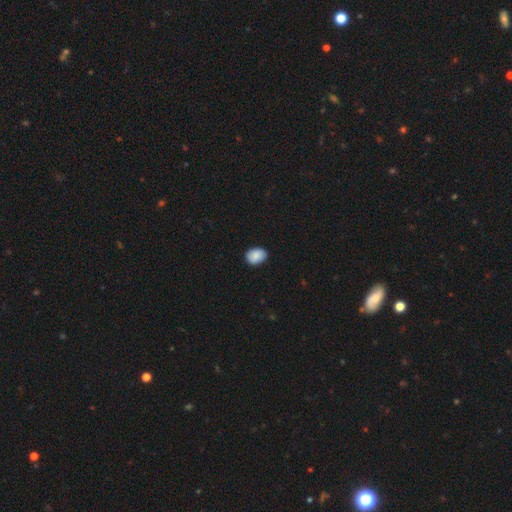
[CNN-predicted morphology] A smooth galaxy with no disk features (87%) that is in between round and cigar-shaped (62%). Merging: none (83%).